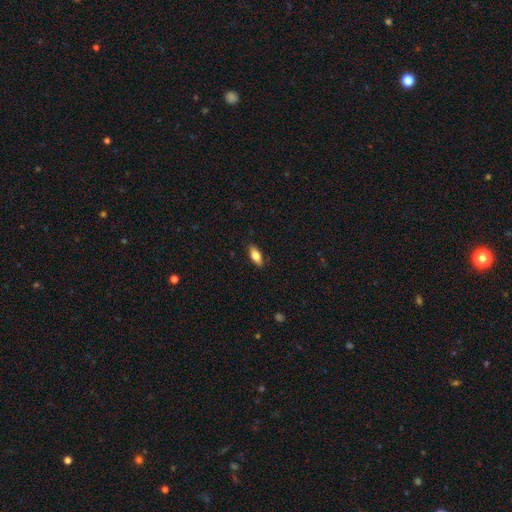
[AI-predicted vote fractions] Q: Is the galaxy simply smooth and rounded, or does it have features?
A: smooth — 72%.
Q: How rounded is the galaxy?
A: in between — 79%.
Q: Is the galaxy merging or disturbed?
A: none — 88%.